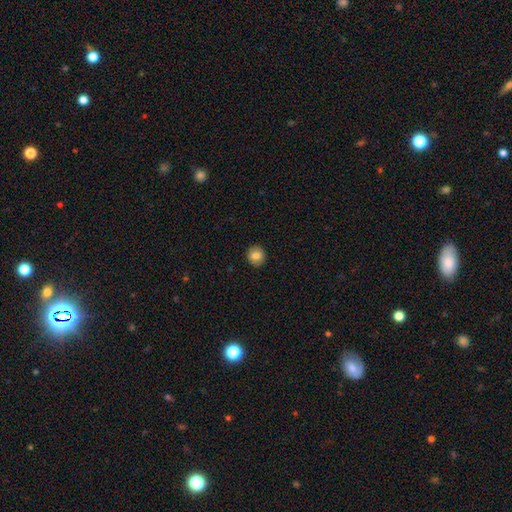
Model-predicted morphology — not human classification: Smooth or featured?
  - smooth: 81% *
  - featured or disk: 10%
  - star or artifact: 9%
How rounded?
  - round: 87% *
  - in between: 12%
  - cigar-shaped: 1%
Merging?
  - none: 91% *
  - minor disturbance: 6%
  - major disturbance: 2%
  - merger: 1%